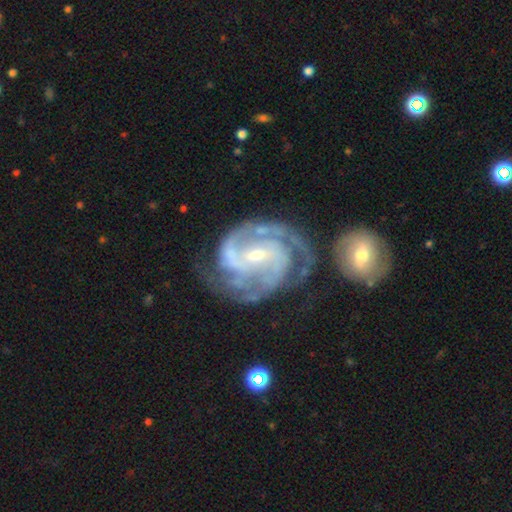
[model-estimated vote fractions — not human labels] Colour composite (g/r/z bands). It shows a featured or disk galaxy (92%) with a weak bar (46%), 2 (41%) tight (54%) spiral arms (98%) and a small central bulge (63%). Merging: none (58%).